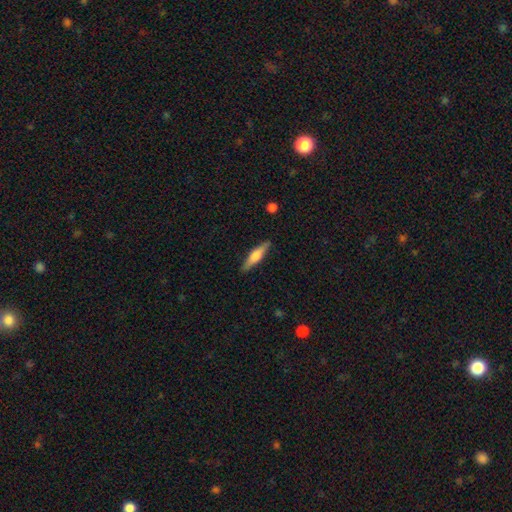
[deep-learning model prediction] A featured or disk galaxy (50%) viewed edge-on (96%). Merging: none (89%).